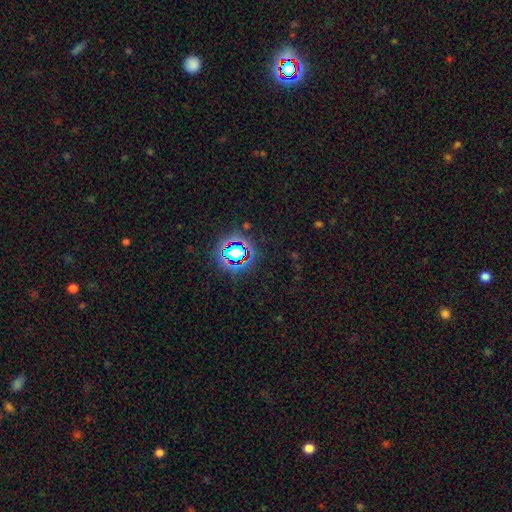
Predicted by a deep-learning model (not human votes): star or artifact 78%, smooth 14%, featured or disk 8%.